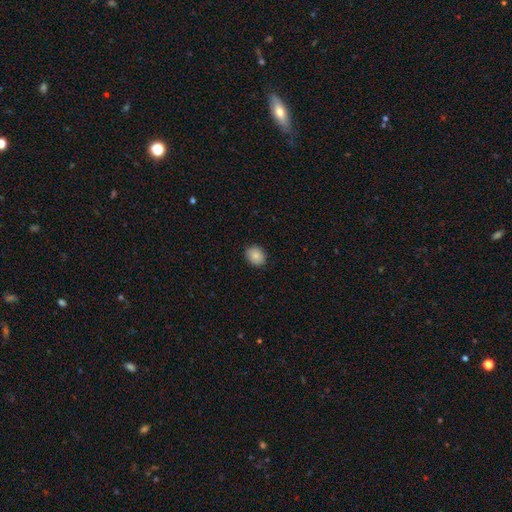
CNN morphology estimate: Overall: smooth (85%). How rounded: round (51%; in between 48%). Merging: none (87%).